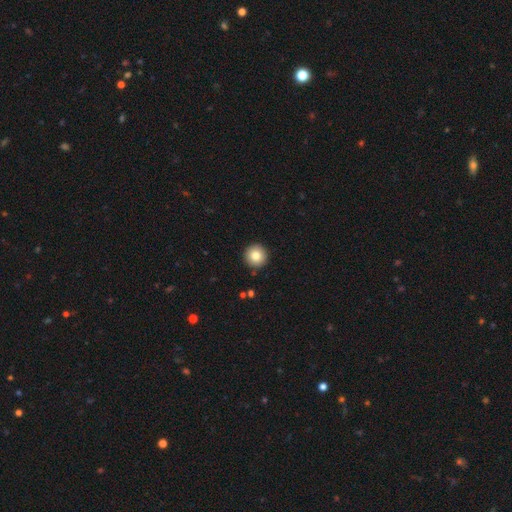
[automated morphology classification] Q: Smooth or featured?
A: smooth (82%); runner-up: star or artifact (9%)
Q: How rounded?
A: round (96%); runner-up: in between (3%)
Q: Merging?
A: none (93%); runner-up: minor disturbance (5%)